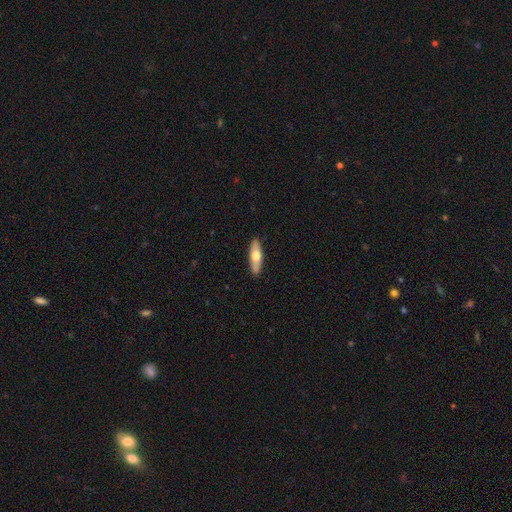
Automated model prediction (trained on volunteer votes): smooth_or_featured: smooth (p=0.55) [alt: featured or disk p=0.39]
how_rounded: cigar-shaped (p=0.52) [alt: in between p=0.46]
merging: none (p=0.89) [alt: minor disturbance p=0.08]